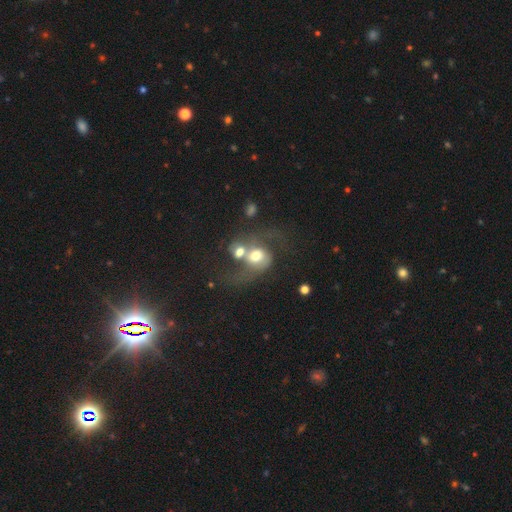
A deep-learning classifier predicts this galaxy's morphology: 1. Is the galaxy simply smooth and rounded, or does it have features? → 52% featured or disk, 39% smooth, 9% star or artifact.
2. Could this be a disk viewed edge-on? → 97% no, 3% yes.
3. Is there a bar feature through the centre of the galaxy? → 72% no, 22% weak, 6% strong.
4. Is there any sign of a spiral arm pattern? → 69% yes, 31% no.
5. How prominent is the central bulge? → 51% moderate, 29% large, 10% small, 7% dominant, 4% none.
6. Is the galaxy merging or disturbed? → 71% merger, 13% major disturbance, 10% none, 6% minor disturbance.